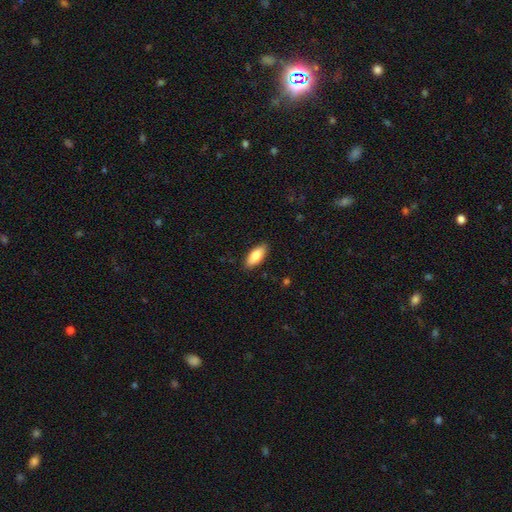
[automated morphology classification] type=smooth (83%); roundness=in between (84%); merging=none (88%).